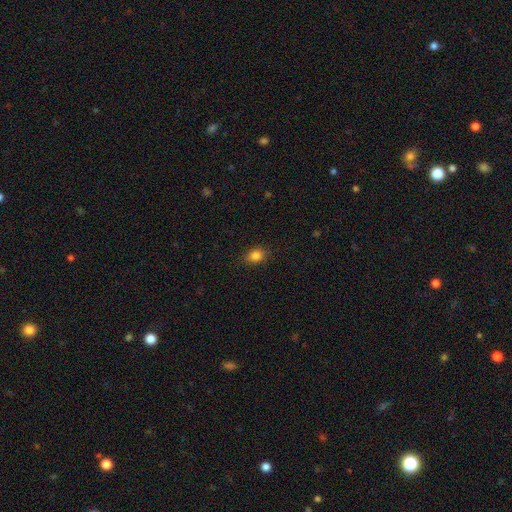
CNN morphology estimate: Q: Smooth or featured?
A: smooth (84%); runner-up: star or artifact (11%)
Q: How rounded?
A: in between (64%); runner-up: round (35%)
Q: Merging?
A: none (87%); runner-up: minor disturbance (9%)